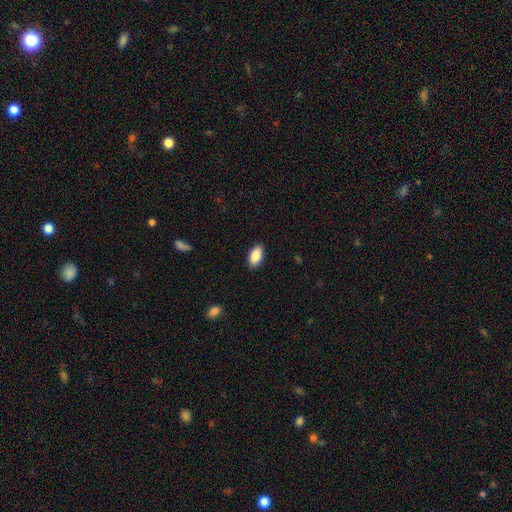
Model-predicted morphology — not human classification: smooth-or-featured: smooth: 89% | star or artifact: 6% | featured or disk: 5%
  how-rounded: in between: 93% | cigar-shaped: 4% | round: 3%
  merging: none: 88% | minor disturbance: 9% | major disturbance: 2% | merger: 1%